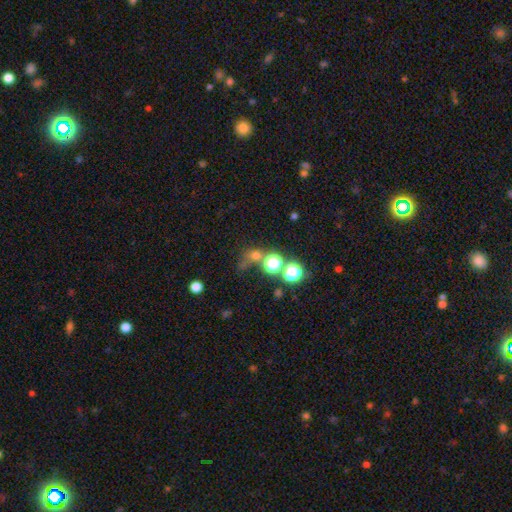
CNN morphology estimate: This is possibly a smooth galaxy (59%). How rounded: clearly round (83%). Merging: possibly none (52%).